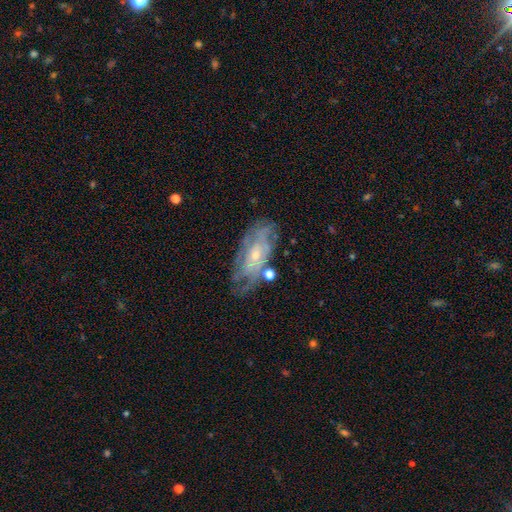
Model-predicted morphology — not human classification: This is likely a featured or disk galaxy (76%). It is clearly not viewed edge-on (91%). Bar: likely no (73%). Spiral arm pattern: clearly yes (85%). Spiral arm count: possibly can't tell (55%). Spiral winding: likely tight (63%). Central bulge: likely small (69%). Merging: likely none (66%).